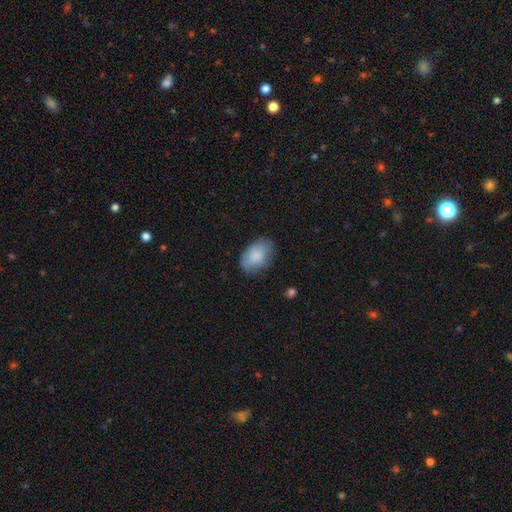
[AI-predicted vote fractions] Morphology: type=smooth (81%); roundness=in between (90%); merging=none (72%).